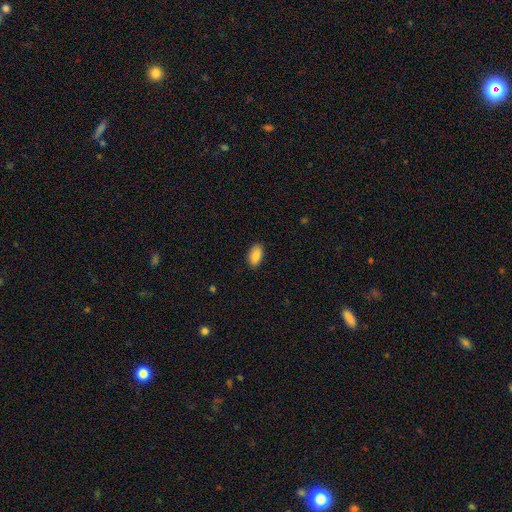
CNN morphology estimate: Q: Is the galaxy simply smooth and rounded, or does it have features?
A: smooth — 89%.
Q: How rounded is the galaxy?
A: in between — 94%.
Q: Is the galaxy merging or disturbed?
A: none — 88%.